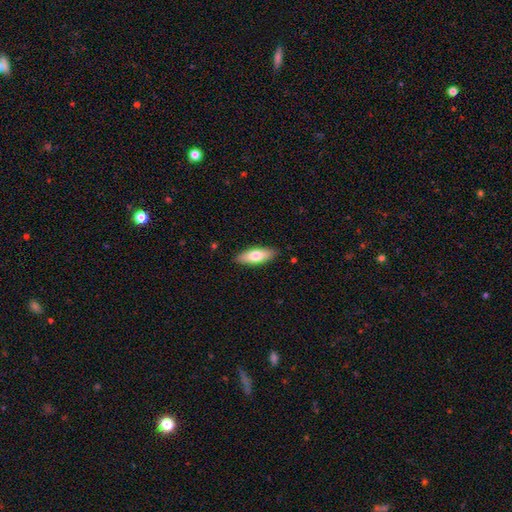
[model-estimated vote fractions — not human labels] This is likely a smooth galaxy (72%). How rounded: likely in between (65%). Merging: clearly none (88%).